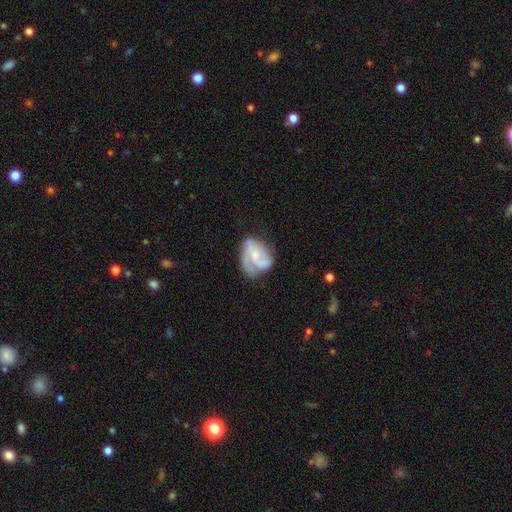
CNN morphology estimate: Q: Smooth or featured?
A: featured or disk (67%); runner-up: smooth (27%)
Q: Edge-on disk?
A: no (98%); runner-up: yes (2%)
Q: Bar?
A: no (61%); runner-up: weak (32%)
Q: Spiral arms?
A: yes (84%); runner-up: no (16%)
Q: Spiral winding?
A: medium (45%); runner-up: tight (31%)
Q: Spiral arm count?
A: 2 (42%); runner-up: 3 (20%)
Q: Bulge size?
A: small (45%); runner-up: moderate (30%)
Q: Merging?
A: none (45%); runner-up: minor disturbance (28%)